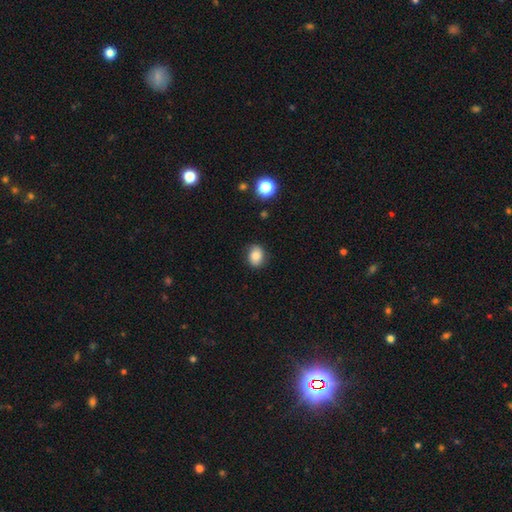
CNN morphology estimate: smooth_or_featured: smooth (p=0.80) [alt: featured or disk p=0.10]
how_rounded: in between (p=0.54) [alt: round p=0.45]
merging: none (p=0.83) [alt: minor disturbance p=0.13]